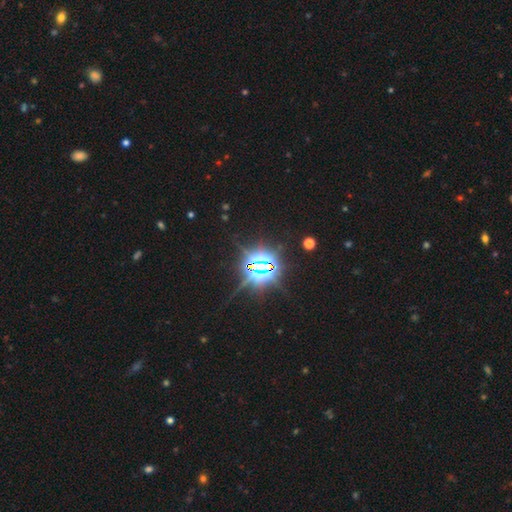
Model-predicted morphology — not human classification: This is clearly a star or artifact rather than a galaxy (86%).